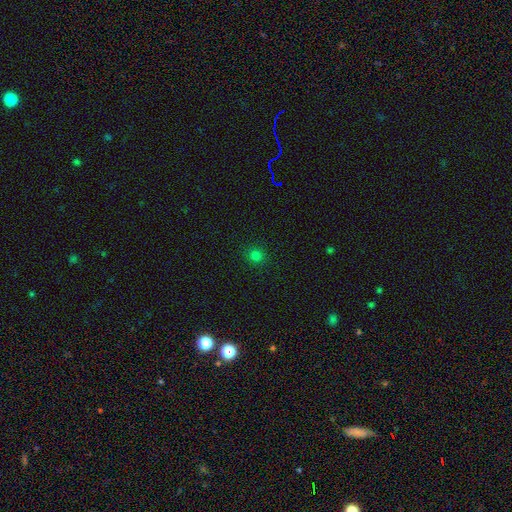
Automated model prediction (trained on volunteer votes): Morphology: type=smooth (78%); roundness=round (91%); merging=none (91%).